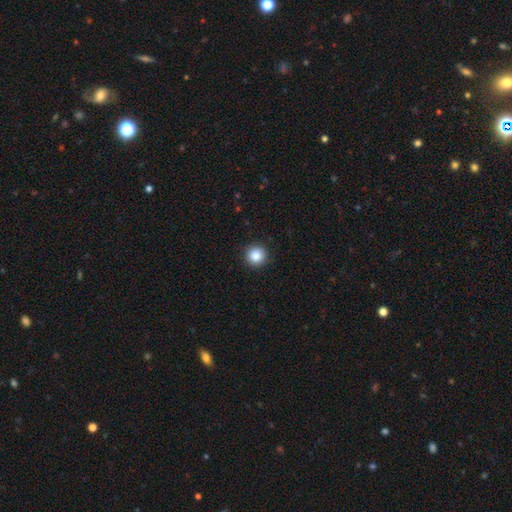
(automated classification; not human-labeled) This is clearly a smooth galaxy (85%). How rounded: clearly round (95%). Merging: clearly none (92%).